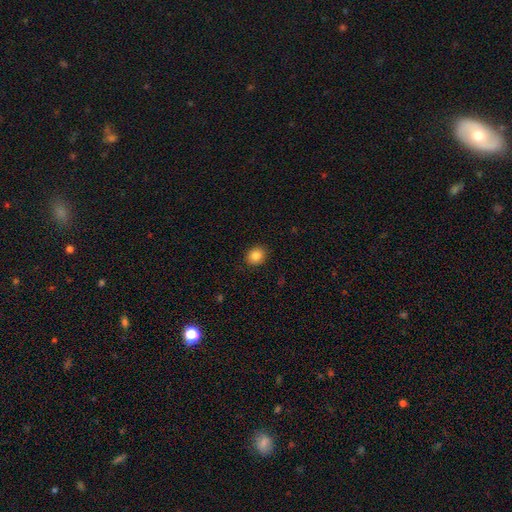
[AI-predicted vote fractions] A smooth galaxy with no disk features (86%) that is round (68%). Merging: none (90%).